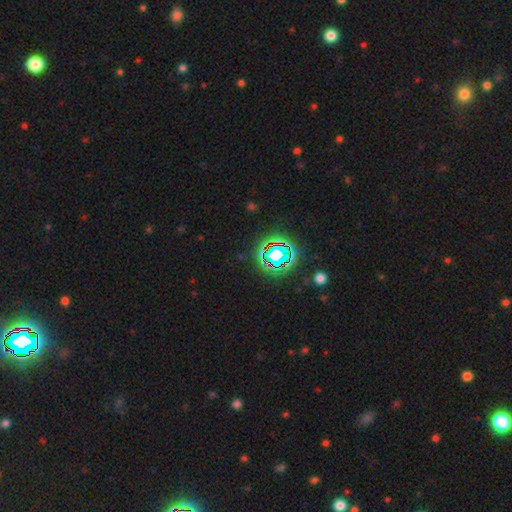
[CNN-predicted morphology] type=star or artifact (78%).